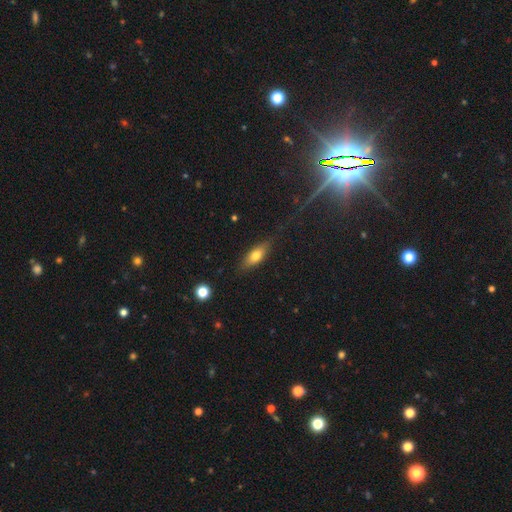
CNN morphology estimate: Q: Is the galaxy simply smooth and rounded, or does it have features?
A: smooth — 72%.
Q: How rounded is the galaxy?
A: in between — 74%.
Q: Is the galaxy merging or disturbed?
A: none — 79%.